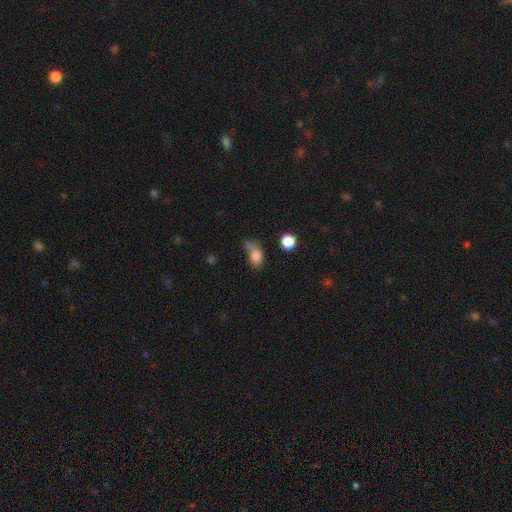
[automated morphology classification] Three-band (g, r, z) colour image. It shows a smooth galaxy with no disk features (77%) that is in between round and cigar-shaped (69%). Merging: none (31%).